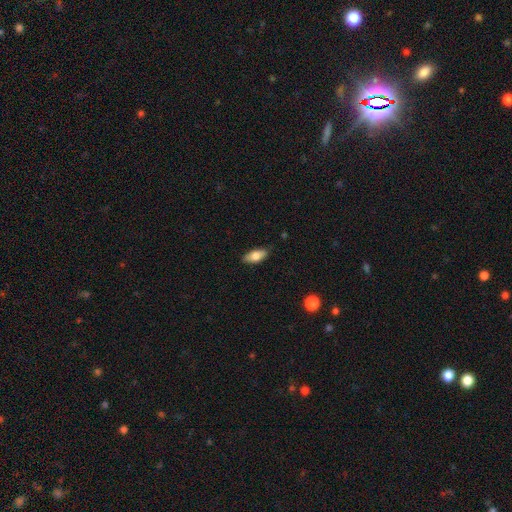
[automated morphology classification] This is likely a smooth galaxy (78%). How rounded: clearly in between (86%). Merging: clearly none (85%).